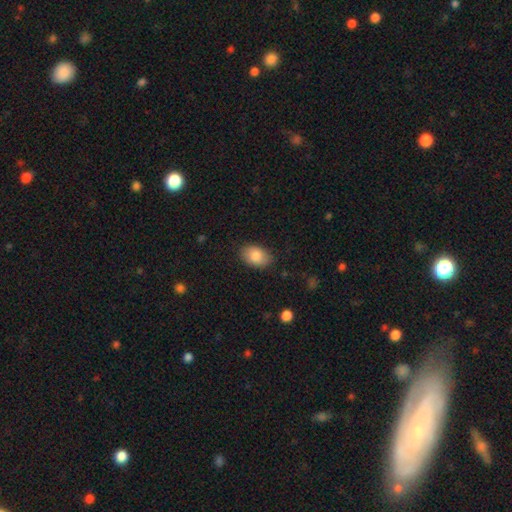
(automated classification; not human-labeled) A smooth galaxy with no disk features (85%) that is in between round and cigar-shaped (87%). Merging: none (84%).